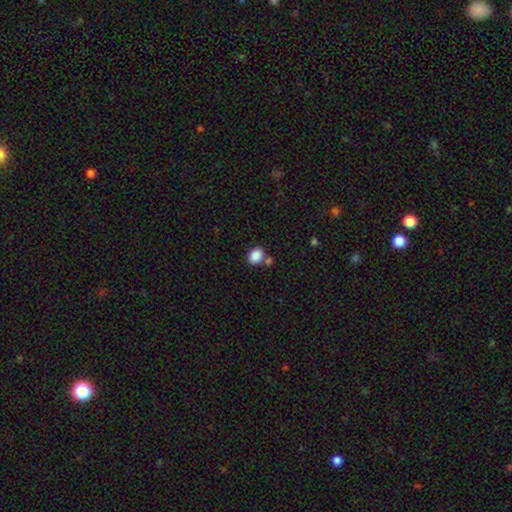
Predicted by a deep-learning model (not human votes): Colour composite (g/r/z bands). It shows a smooth galaxy with no disk features (87%) that is in between round and cigar-shaped (62%). Merging: none (67%).